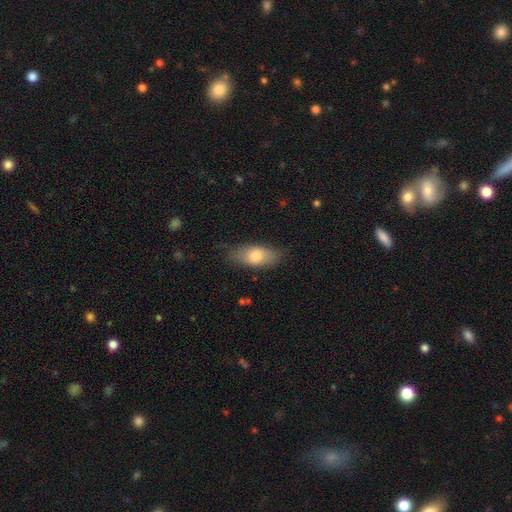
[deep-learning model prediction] A smooth galaxy with no disk features (73%) that is in between round and cigar-shaped (84%). Merging: none (78%).